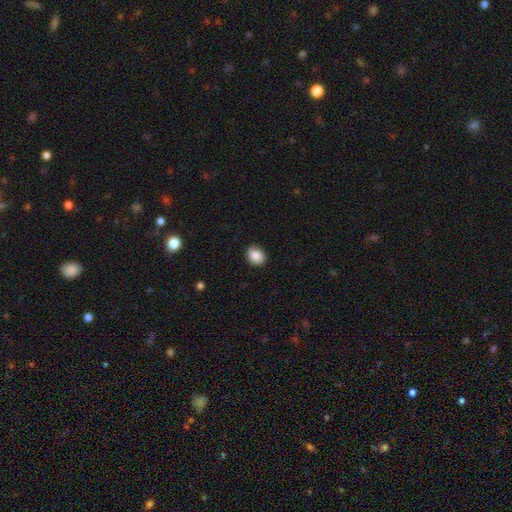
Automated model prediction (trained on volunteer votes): Q: Smooth or featured?
A: smooth (88%); runner-up: star or artifact (8%)
Q: How rounded?
A: in between (55%); runner-up: round (44%)
Q: Merging?
A: none (89%); runner-up: minor disturbance (8%)